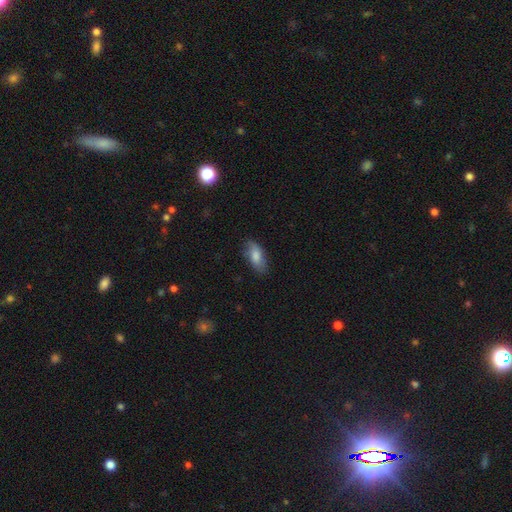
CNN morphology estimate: A smooth galaxy with no disk features (79%) that is in between round and cigar-shaped (84%).

Vote fractions:
- Smooth or featured? smooth: 79% / featured or disk: 14% / star or artifact: 7%
- How rounded? in between: 84% / cigar-shaped: 14% / round: 3%
- Merging? none: 77% / minor disturbance: 18% / major disturbance: 4% / merger: 1%